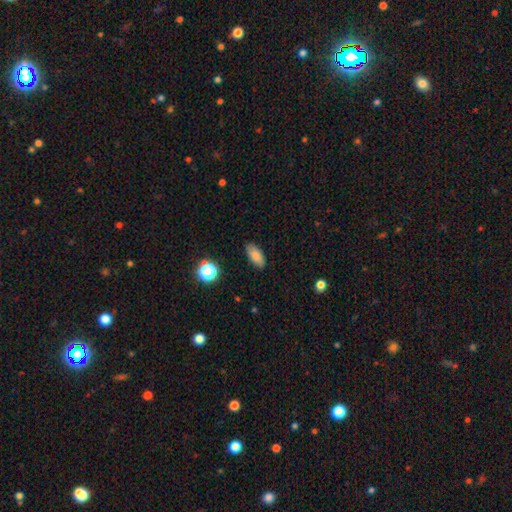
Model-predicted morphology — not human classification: smooth_or_featured: smooth (p=0.83) [alt: star or artifact p=0.10]
how_rounded: in between (p=0.88) [alt: cigar-shaped p=0.08]
merging: none (p=0.85) [alt: minor disturbance p=0.11]